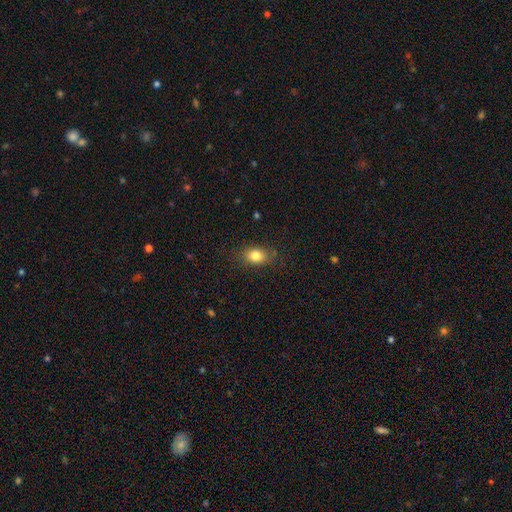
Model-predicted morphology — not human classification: type=smooth (82%); roundness=in between (75%); merging=none (81%).